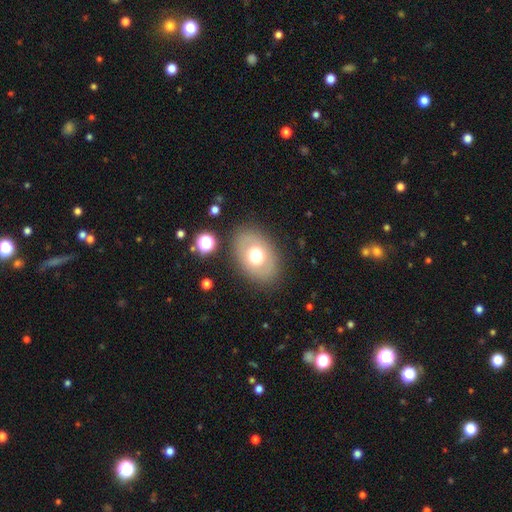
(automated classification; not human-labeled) smooth_or_featured: smooth (p=0.59) [alt: featured or disk p=0.32]
how_rounded: in between (p=0.72) [alt: round p=0.27]
merging: none (p=0.82) [alt: minor disturbance p=0.11]